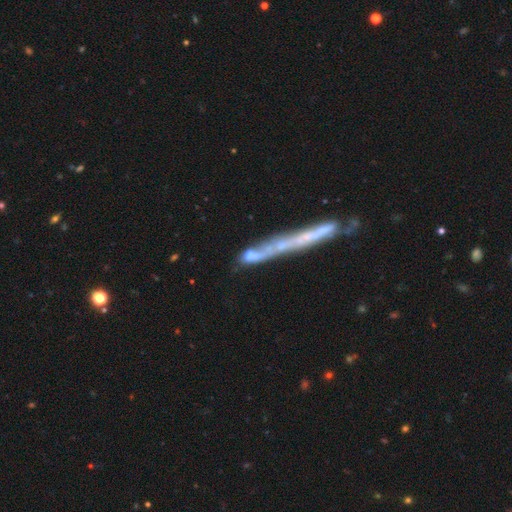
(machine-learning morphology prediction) This is possibly a smooth galaxy (47%). Merging: marginally none (34%, tied with merger).